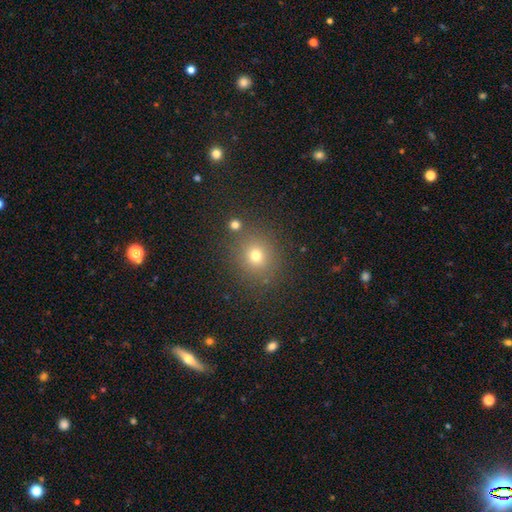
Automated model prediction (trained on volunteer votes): The model was most divided on "smooth or featured": smooth: 70%, star or artifact: 21%, featured or disk: 9%. More confident: how rounded — round (85%); merging — none (82%).